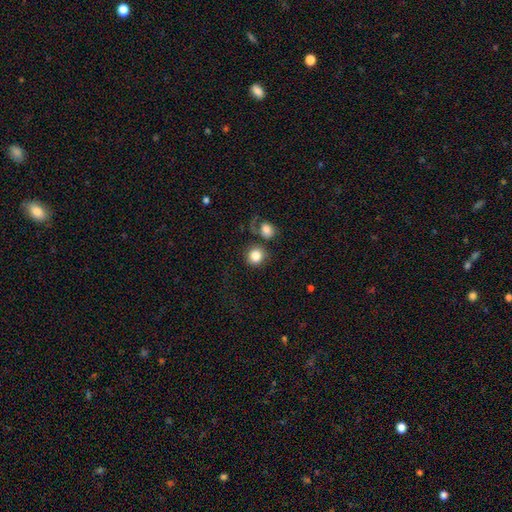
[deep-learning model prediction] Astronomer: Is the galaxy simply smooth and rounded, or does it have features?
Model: smooth — 83%.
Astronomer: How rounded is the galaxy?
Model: round — 87%.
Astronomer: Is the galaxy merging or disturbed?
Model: none — 64%.